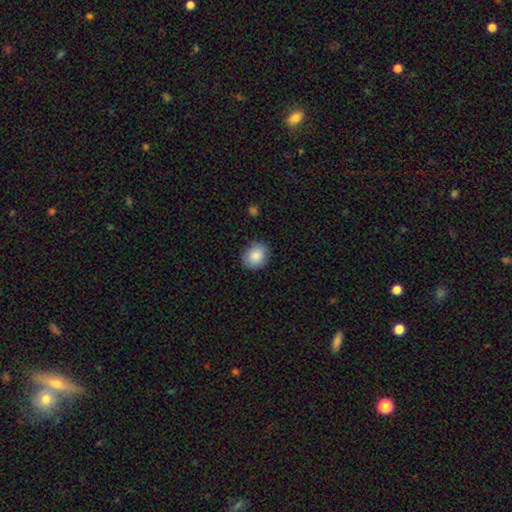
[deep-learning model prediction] Smooth or featured? Predicted: smooth (p=0.87). How rounded? Predicted: round (p=0.63). Merging? Predicted: none (p=0.87).